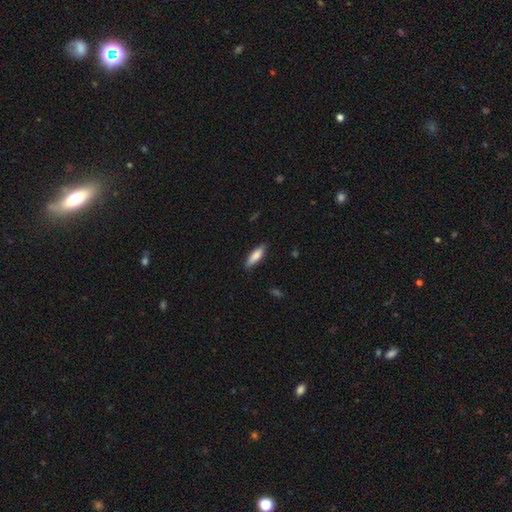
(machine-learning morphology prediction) Smooth or featured? Predicted: smooth (p=0.79). How rounded? Predicted: cigar-shaped (p=0.61). Merging? Predicted: none (p=0.86).